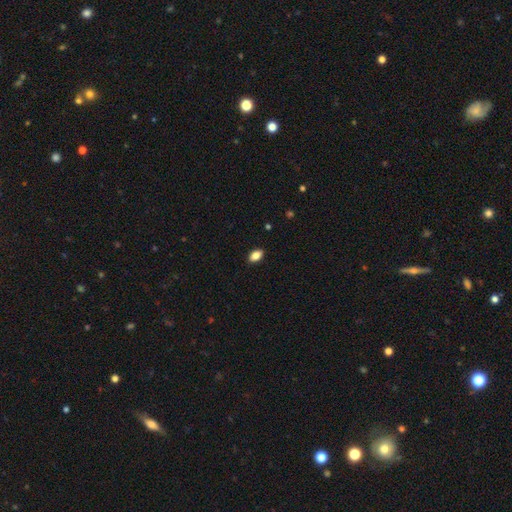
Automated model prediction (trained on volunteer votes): Overall: smooth (86%). How rounded: in between (89%). Merging: none (89%).